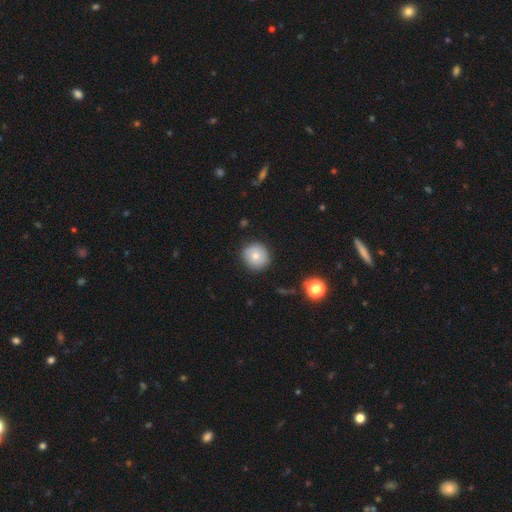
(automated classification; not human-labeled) A smooth galaxy with no disk features (72%) that is round (91%).

Vote fractions:
- Smooth or featured? smooth: 72% / featured or disk: 19% / star or artifact: 9%
- How rounded? round: 91% / in between: 8% / cigar-shaped: 1%
- Merging? none: 86% / minor disturbance: 11% / major disturbance: 2% / merger: 1%